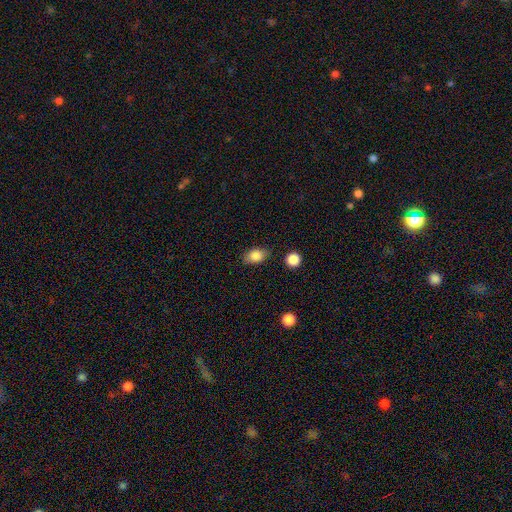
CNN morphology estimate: Smooth or featured? smooth (85%)
How rounded? in between (79%)
Merging? none (79%)